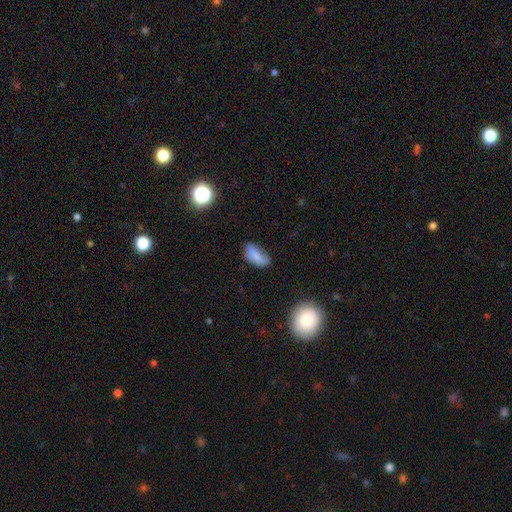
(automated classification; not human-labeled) Overall: smooth (72%). How rounded: in between (90%). Merging: none (49%; minor disturbance 36%).